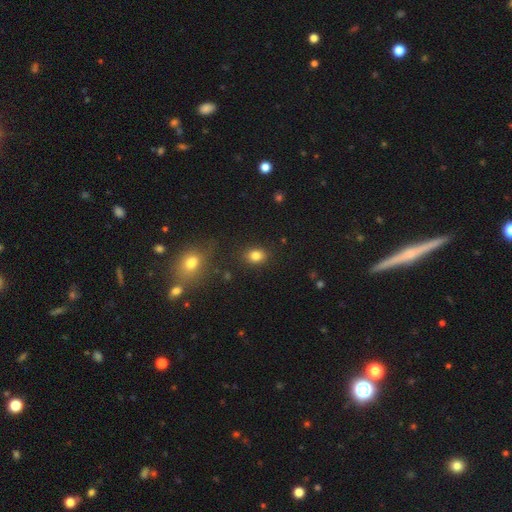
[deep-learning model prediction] Smooth or featured? Predicted: smooth (p=0.82). How rounded? Predicted: in between (p=0.55). Merging? Predicted: none (p=0.85).